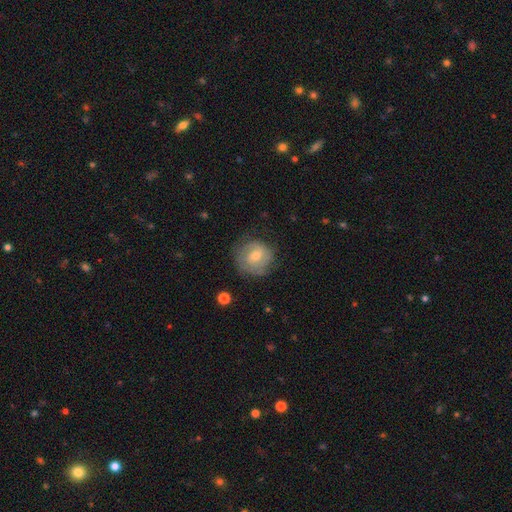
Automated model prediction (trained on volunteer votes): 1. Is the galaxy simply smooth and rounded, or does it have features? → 52% featured or disk, 40% smooth, 8% star or artifact.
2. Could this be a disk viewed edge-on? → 97% no, 3% yes.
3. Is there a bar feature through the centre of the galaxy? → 47% weak, 43% no, 10% strong.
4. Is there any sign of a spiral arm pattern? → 77% yes, 23% no.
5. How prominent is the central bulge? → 58% moderate, 35% small, 3% large, 2% none, 1% dominant.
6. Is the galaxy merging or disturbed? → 72% none, 19% minor disturbance, 8% major disturbance, 1% merger.